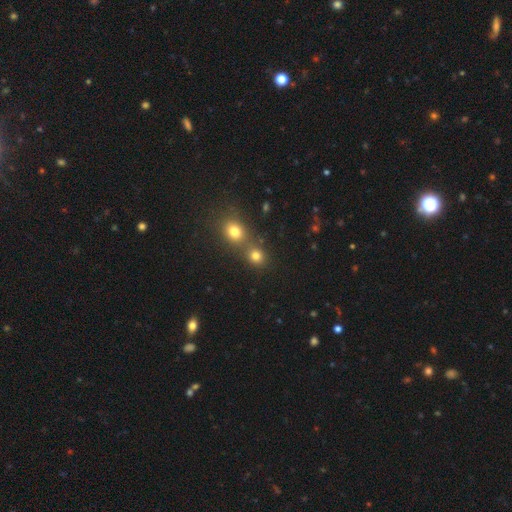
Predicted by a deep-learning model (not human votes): This appears to be a smooth galaxy with no disk features (77%) that is round (80%). Merging: none (52%).